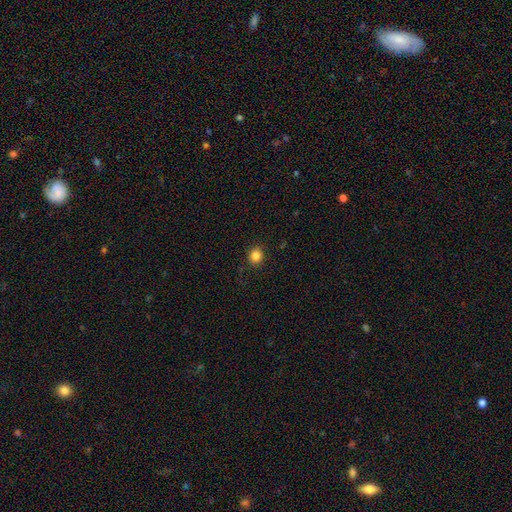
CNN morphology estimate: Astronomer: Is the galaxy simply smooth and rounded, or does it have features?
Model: smooth — 85%.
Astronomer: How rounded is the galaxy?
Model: round — 81%.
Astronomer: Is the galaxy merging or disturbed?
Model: none — 89%.